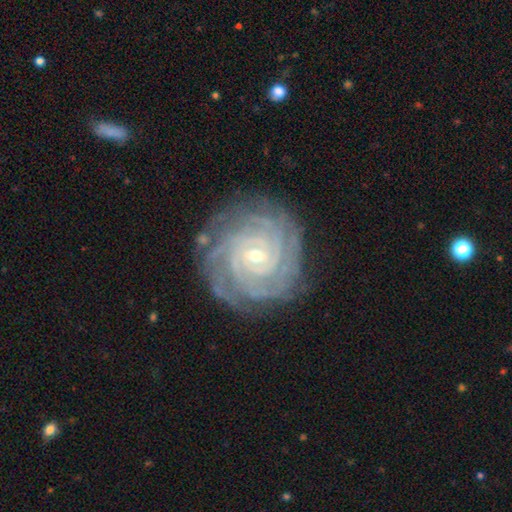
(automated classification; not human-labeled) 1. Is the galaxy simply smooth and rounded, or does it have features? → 91% featured or disk, 5% star or artifact, 4% smooth.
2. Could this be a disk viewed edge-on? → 98% no, 2% yes.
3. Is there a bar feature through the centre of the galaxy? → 46% no, 39% weak, 15% strong.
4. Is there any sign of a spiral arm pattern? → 98% yes, 2% no.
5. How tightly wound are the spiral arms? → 87% tight, 12% medium, 2% loose.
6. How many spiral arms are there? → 28% 4, 19% 3, 18% can't tell, 15% more than 4, 12% 2, 8% 1.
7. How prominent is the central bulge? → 70% small, 27% moderate, 1% large, 1% none, 1% dominant.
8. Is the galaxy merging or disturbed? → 83% none, 13% minor disturbance, 3% major disturbance, 1% merger.